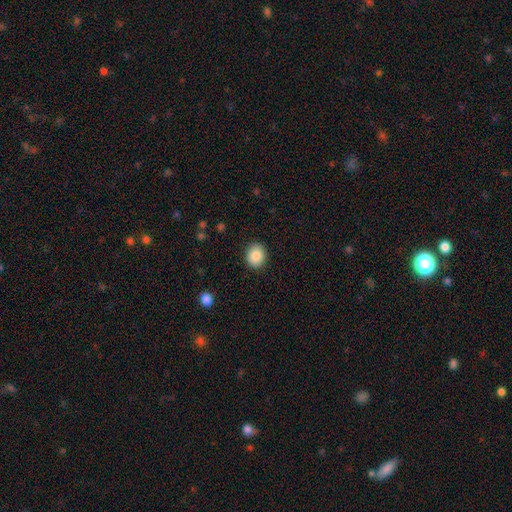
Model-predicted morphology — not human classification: smooth 87%, star or artifact 8%, featured or disk 5%. Down the decision tree: how rounded — round (66%); merging — none (90%).